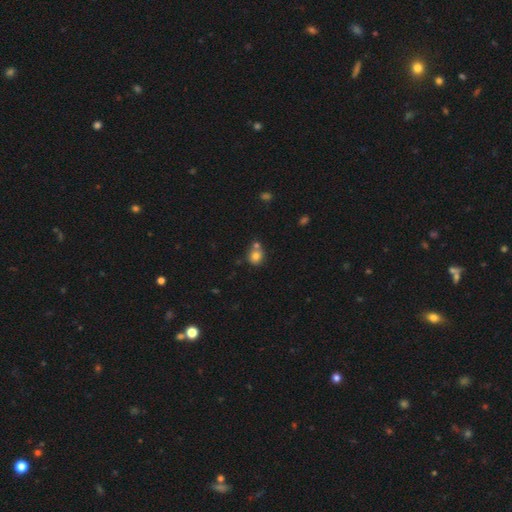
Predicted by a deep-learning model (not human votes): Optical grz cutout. It shows a smooth galaxy with no disk features (79%) that is round (80%). Merging: none (54%).